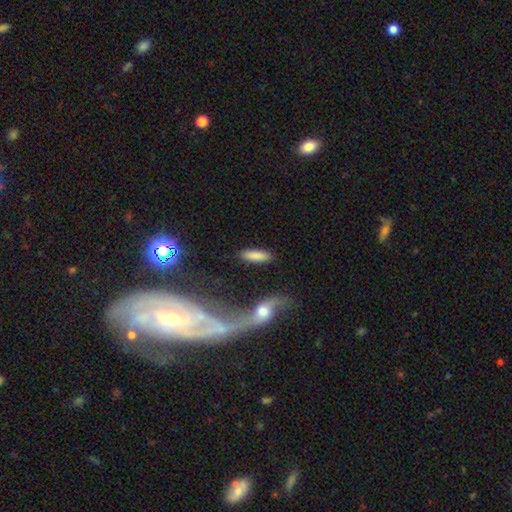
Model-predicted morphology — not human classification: Overall: smooth (82%). How rounded: cigar-shaped (54%; in between 44%). Merging: none (83%).